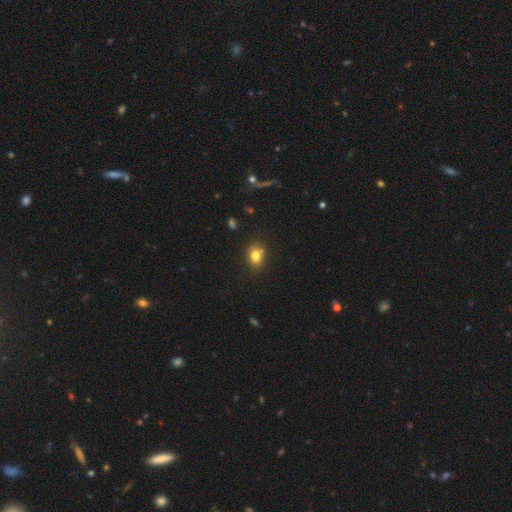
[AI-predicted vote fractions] Smooth or featured? Predicted: smooth (p=0.79). How rounded? Predicted: in between (p=0.57). Merging? Predicted: none (p=0.69).